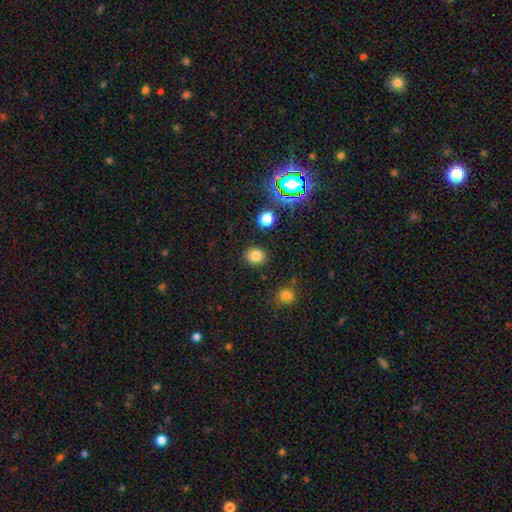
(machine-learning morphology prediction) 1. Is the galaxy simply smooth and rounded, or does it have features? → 79% smooth, 14% star or artifact, 6% featured or disk.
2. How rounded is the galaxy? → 76% round, 23% in between, 1% cigar-shaped.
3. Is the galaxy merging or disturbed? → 89% none, 7% minor disturbance, 2% major disturbance, 2% merger.